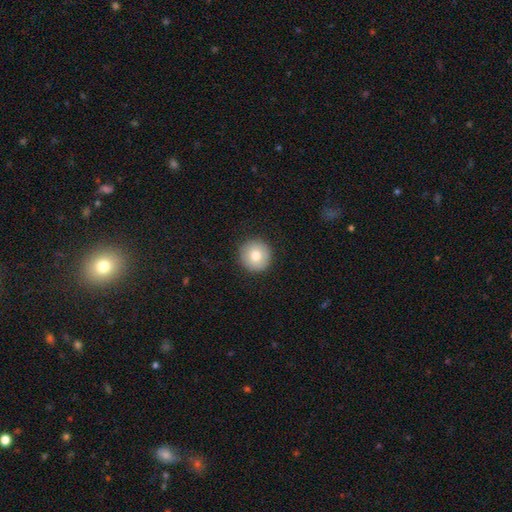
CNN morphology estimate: Q: Smooth or featured?
A: smooth (78%); runner-up: featured or disk (14%)
Q: How rounded?
A: round (95%); runner-up: in between (4%)
Q: Merging?
A: none (91%); runner-up: minor disturbance (6%)